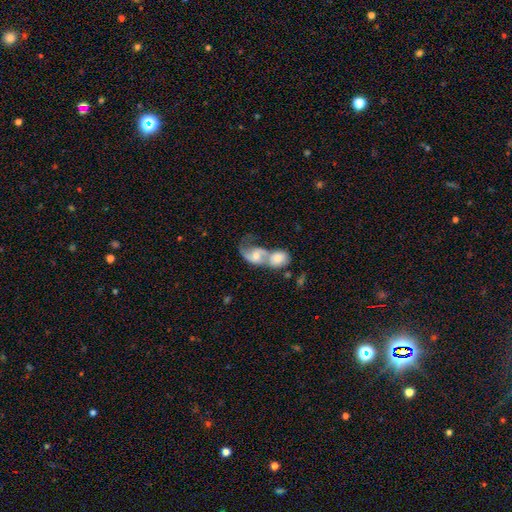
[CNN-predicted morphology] Smooth or featured? Predicted: featured or disk (p=0.57). Edge-on disk? Predicted: no (p=0.96). Bar? Predicted: no (p=0.62). Spiral arms? Predicted: yes (p=0.77). Bulge size? Predicted: moderate (p=0.55). Merging? Predicted: merger (p=0.80).